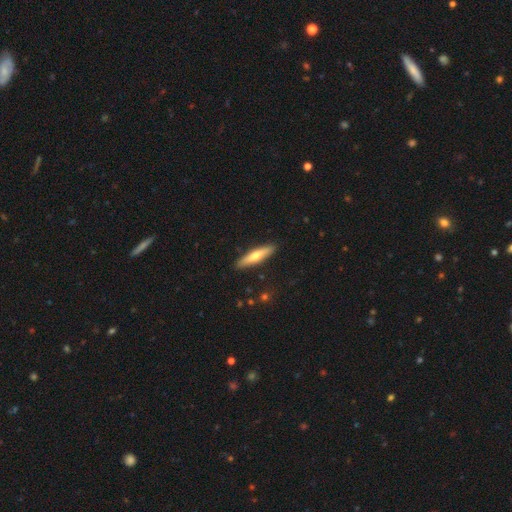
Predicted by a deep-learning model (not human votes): The model was most divided on "smooth or featured": smooth: 55%, featured or disk: 39%, star or artifact: 5%. More confident: merging — none (90%); how rounded — cigar-shaped (83%).